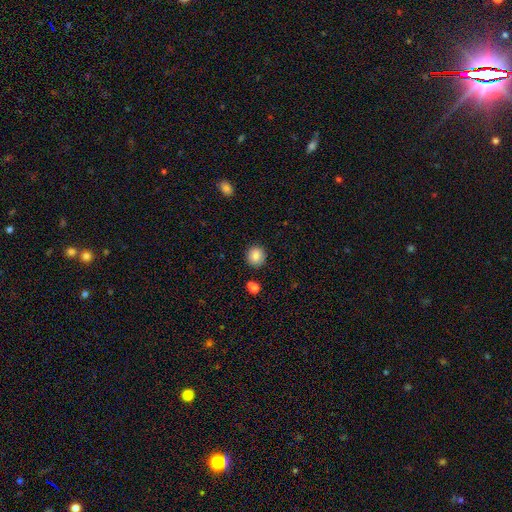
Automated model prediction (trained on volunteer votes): Q: Smooth or featured?
A: smooth (85%); runner-up: star or artifact (9%)
Q: How rounded?
A: round (89%); runner-up: in between (10%)
Q: Merging?
A: none (89%); runner-up: minor disturbance (7%)